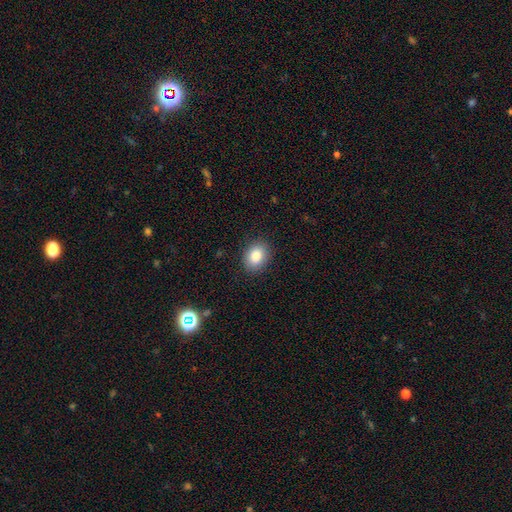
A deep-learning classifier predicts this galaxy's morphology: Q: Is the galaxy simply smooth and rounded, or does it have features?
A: smooth — 86%.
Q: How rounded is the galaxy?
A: in between — 68%.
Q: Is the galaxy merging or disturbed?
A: none — 87%.